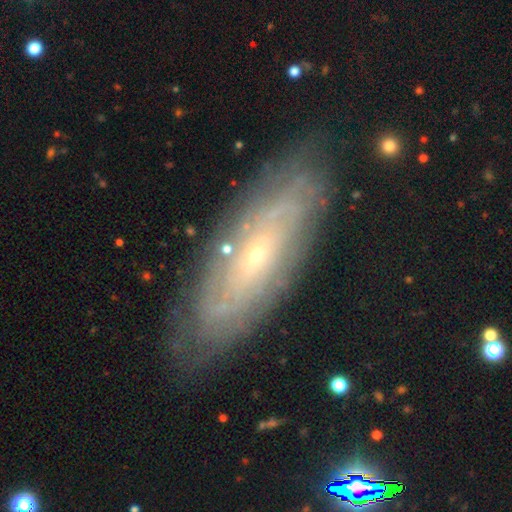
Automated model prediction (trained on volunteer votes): Smooth or featured? featured or disk (75%)
Edge-on disk? no (80%)
Bar? no (69%)
Spiral arms? yes (83%)
Bulge size? small (73%)
Merging? none (79%)